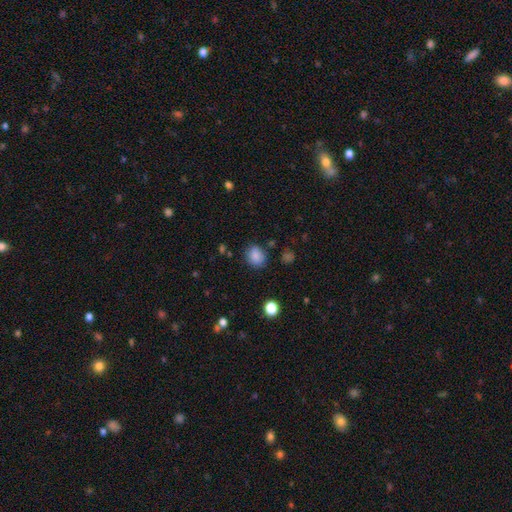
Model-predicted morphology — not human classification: smooth-or-featured: smooth: 83% | star or artifact: 11% | featured or disk: 6%
  how-rounded: round: 54% | in between: 45% | cigar-shaped: 1%
  merging: none: 76% | minor disturbance: 17% | major disturbance: 5% | merger: 3%